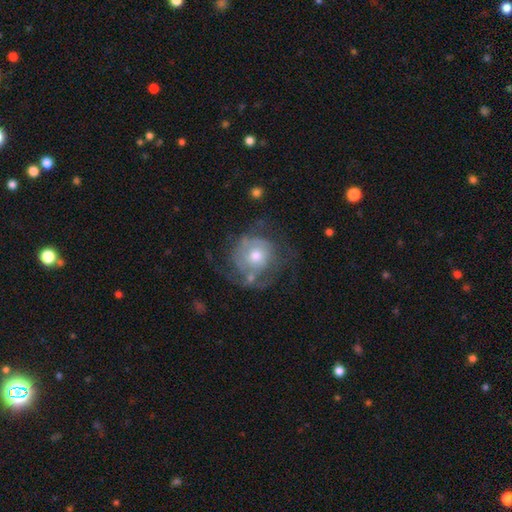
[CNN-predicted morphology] The model was most divided on "merging": none: 51%, major disturbance: 23%, minor disturbance: 21%, merger: 5%. More confident: edge-on disk — no (97%); bar — no (84%); spiral arms — yes (70%); bulge size — moderate (67%); smooth or featured — featured or disk (65%).